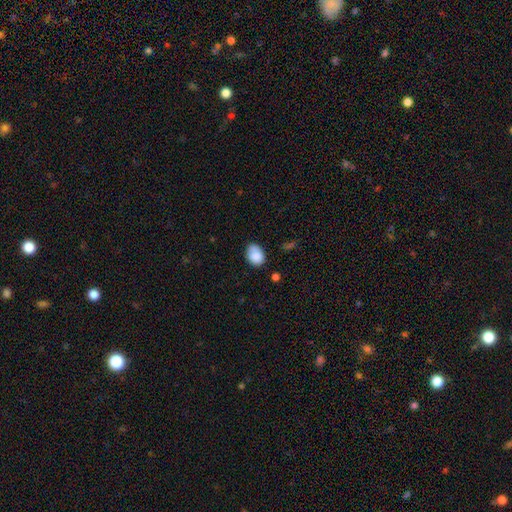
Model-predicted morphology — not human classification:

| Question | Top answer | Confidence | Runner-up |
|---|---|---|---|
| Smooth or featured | smooth | 81% | featured or disk (11%) |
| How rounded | in between | 72% | round (26%) |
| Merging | none | 61% | minor disturbance (27%) |